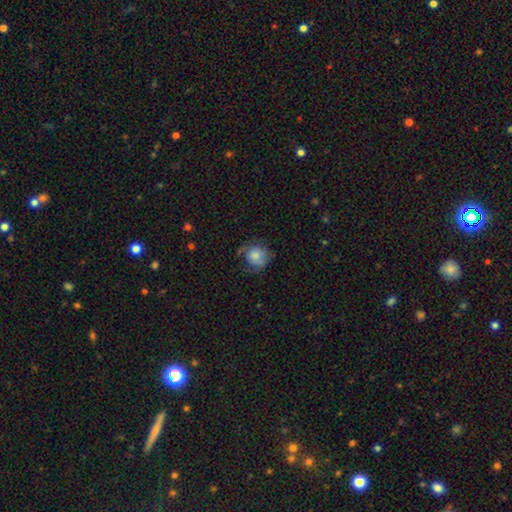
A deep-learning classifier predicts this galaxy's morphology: smooth-or-featured: smooth: 71% | featured or disk: 21% | star or artifact: 8%
  how-rounded: round: 77% | in between: 22% | cigar-shaped: 1%
  merging: none: 49% | minor disturbance: 30% | major disturbance: 19% | merger: 2%